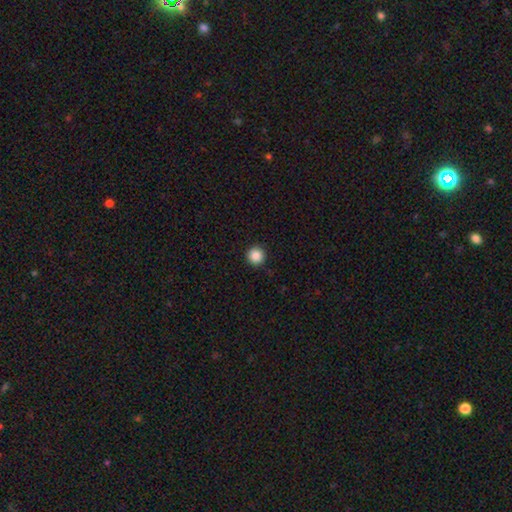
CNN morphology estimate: This appears to be a smooth galaxy with no disk features (88%) that is round (96%). Merging: none (93%).